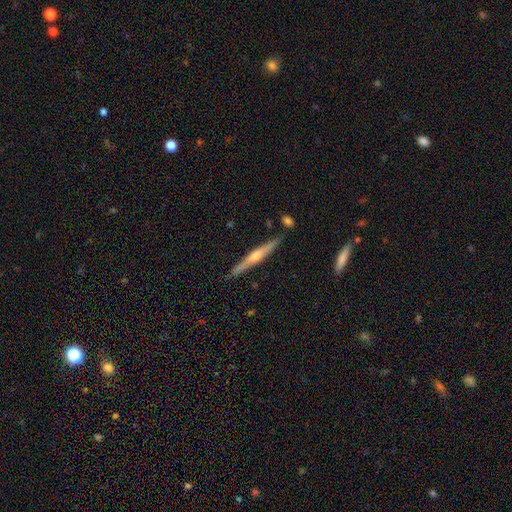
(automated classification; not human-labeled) Smooth or featured: featured or disk — 74% (smooth — 20%)
Edge-on disk: yes — 98% (no — 2%)
Edge-on bulge: rounded — 85% (none — 9%)
Merging: none — 89% (minor disturbance — 7%)